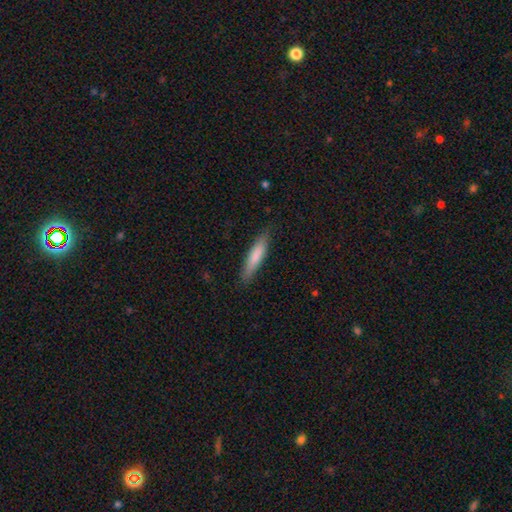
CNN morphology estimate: smooth 77%, featured or disk 17%, star or artifact 5%. Down the decision tree: how rounded — cigar-shaped (84%); merging — none (85%).